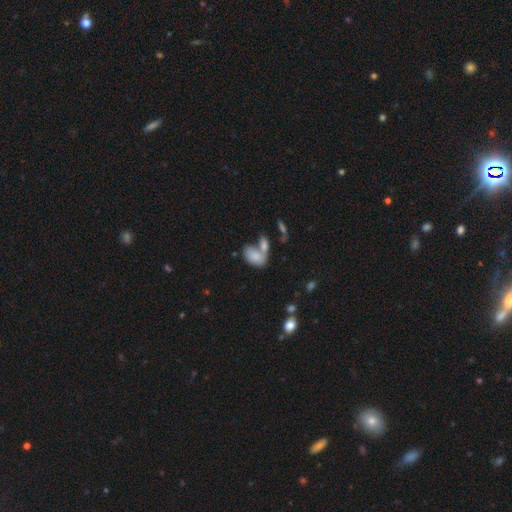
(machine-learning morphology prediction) type=smooth (78%); roundness=in between (90%); merging=merger (49%).